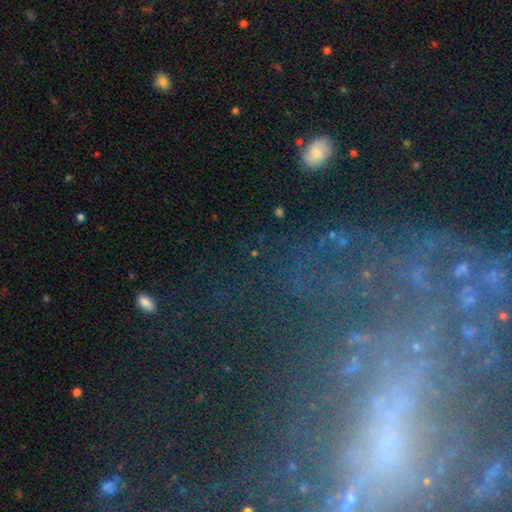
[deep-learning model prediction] This is possibly a featured or disk galaxy (59%). It is clearly not viewed edge-on (90%). Bar: possibly no (50%). Spiral arm pattern: likely yes (67%). Central bulge: possibly small (50%). Merging: likely none (63%).